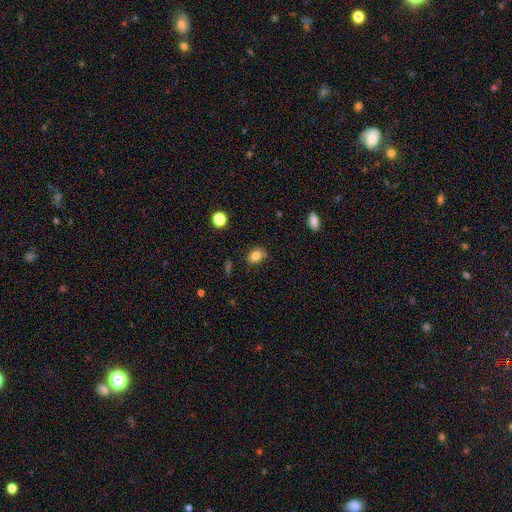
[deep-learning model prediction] Overall: smooth (81%). How rounded: in between (60%; round 39%). Merging: none (73%).